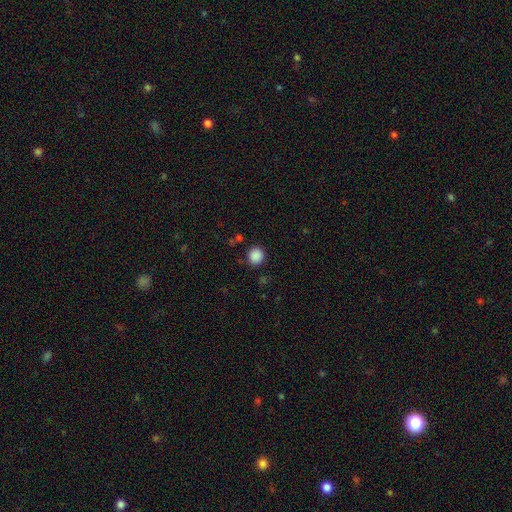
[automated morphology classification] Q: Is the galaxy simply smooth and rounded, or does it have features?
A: smooth — 87%.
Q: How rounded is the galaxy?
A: round — 88%.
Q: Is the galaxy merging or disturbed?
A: none — 87%.